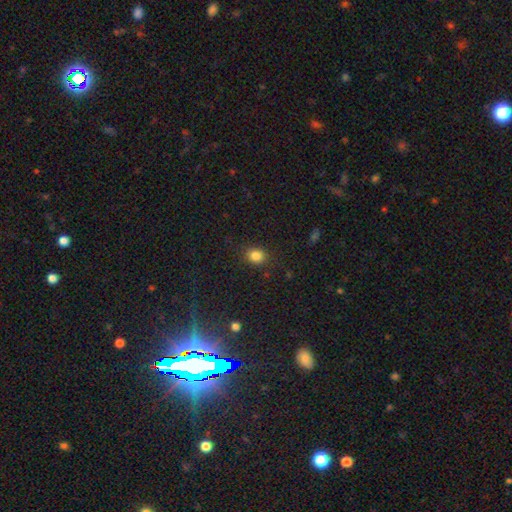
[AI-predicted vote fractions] This appears to be a smooth galaxy with no disk features (83%) that is round (61%). Merging: none (85%).